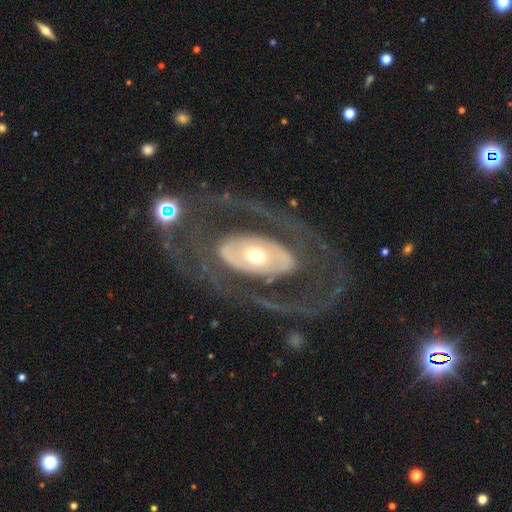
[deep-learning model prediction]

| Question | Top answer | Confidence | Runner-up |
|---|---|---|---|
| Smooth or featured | featured or disk | 80% | smooth (15%) |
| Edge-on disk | no | 92% | yes (8%) |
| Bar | no | 71% | weak (17%) |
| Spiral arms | yes | 65% | no (35%) |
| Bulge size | moderate | 68% | large (18%) |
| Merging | none | 69% | major disturbance (18%) |